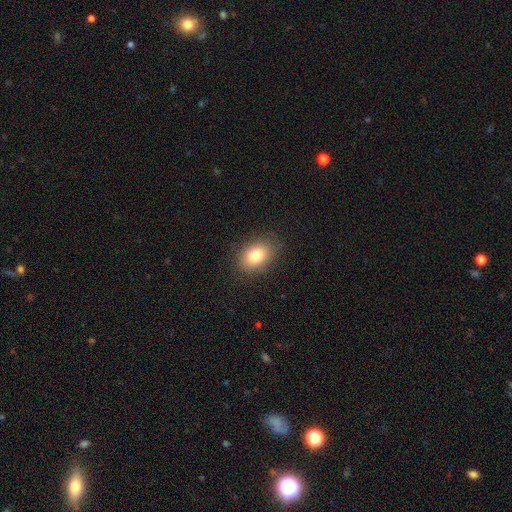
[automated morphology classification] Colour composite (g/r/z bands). It shows a smooth galaxy with no disk features (80%) that is in between round and cigar-shaped (76%). Merging: none (86%).